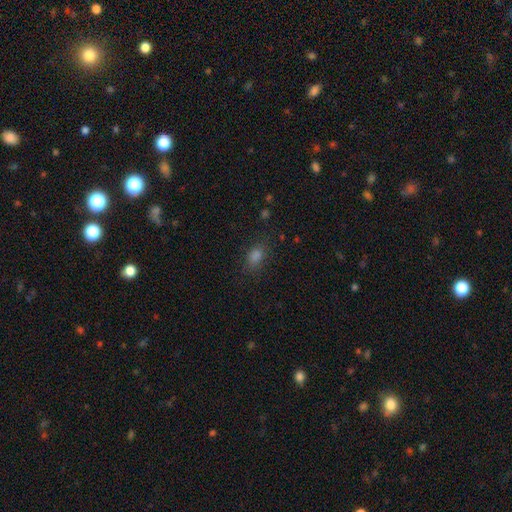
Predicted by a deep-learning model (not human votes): Smooth or featured?
  - smooth: 75% *
  - star or artifact: 18%
  - featured or disk: 6%
How rounded?
  - in between: 74% *
  - round: 22%
  - cigar-shaped: 3%
Merging?
  - none: 81% *
  - minor disturbance: 13%
  - major disturbance: 4%
  - merger: 1%